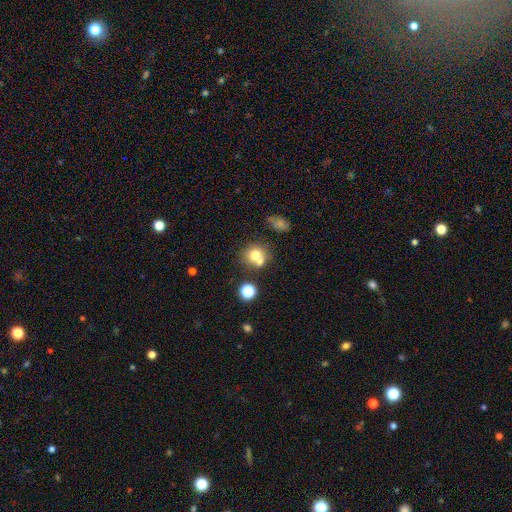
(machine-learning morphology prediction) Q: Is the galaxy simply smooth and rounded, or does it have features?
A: smooth — 70%.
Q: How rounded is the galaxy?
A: round — 81%.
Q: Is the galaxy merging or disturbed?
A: none — 47%.